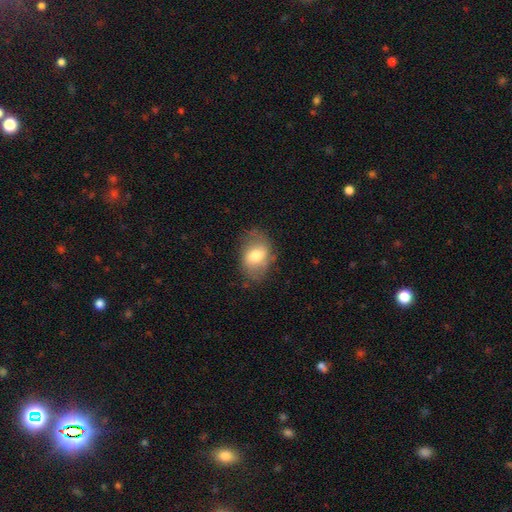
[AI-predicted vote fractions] The model was most divided on "smooth or featured": smooth: 67%, featured or disk: 25%, star or artifact: 8%. More confident: how rounded — in between (77%); merging — none (66%).